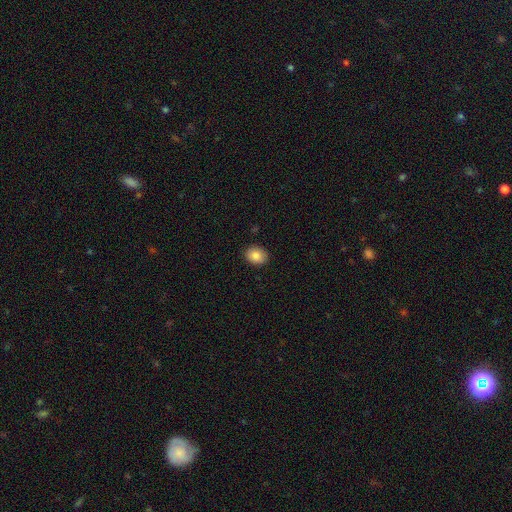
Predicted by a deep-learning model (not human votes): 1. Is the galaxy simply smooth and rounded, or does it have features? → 86% smooth, 8% star or artifact, 6% featured or disk.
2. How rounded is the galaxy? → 56% in between, 43% round, 1% cigar-shaped.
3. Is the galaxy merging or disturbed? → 90% none, 8% minor disturbance, 2% major disturbance, 1% merger.